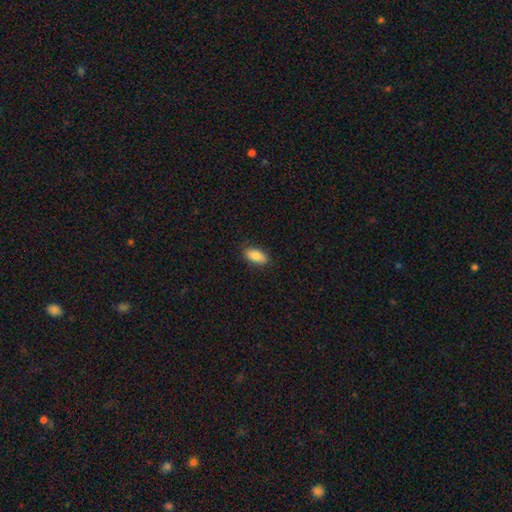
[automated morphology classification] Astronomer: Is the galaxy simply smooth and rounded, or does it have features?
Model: smooth — 84%.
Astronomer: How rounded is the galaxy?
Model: in between — 88%.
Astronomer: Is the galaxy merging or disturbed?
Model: none — 87%.